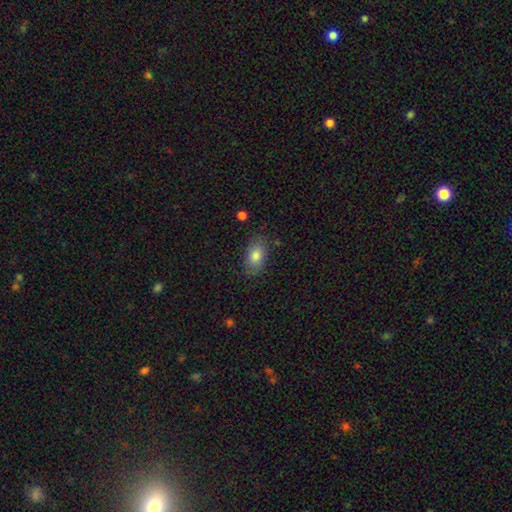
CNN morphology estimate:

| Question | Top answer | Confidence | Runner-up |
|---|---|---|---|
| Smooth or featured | smooth | 82% | featured or disk (10%) |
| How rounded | in between | 87% | round (11%) |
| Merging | none | 80% | minor disturbance (15%) |